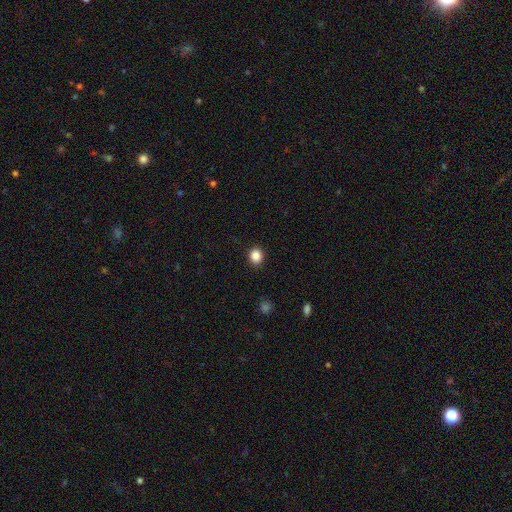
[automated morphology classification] Overall: smooth (86%). How rounded: round (78%). Merging: none (91%).